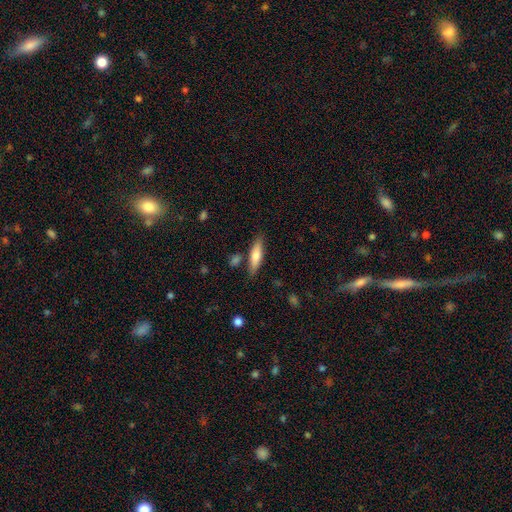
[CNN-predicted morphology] Overall: smooth (68%). How rounded: cigar-shaped (69%). Merging: none (80%).